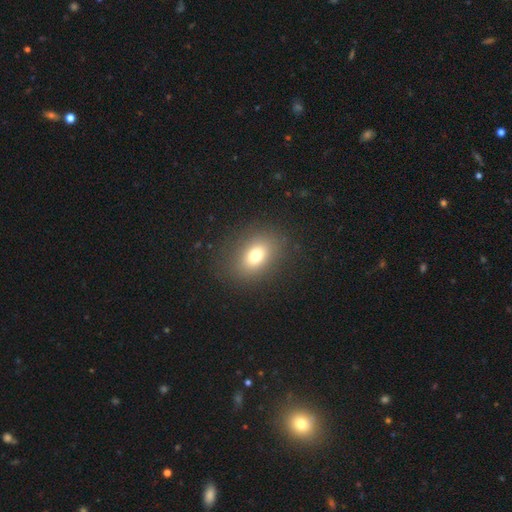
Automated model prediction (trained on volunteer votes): A smooth galaxy with no disk features (74%) that is in between round and cigar-shaped (63%). Merging: none (86%).